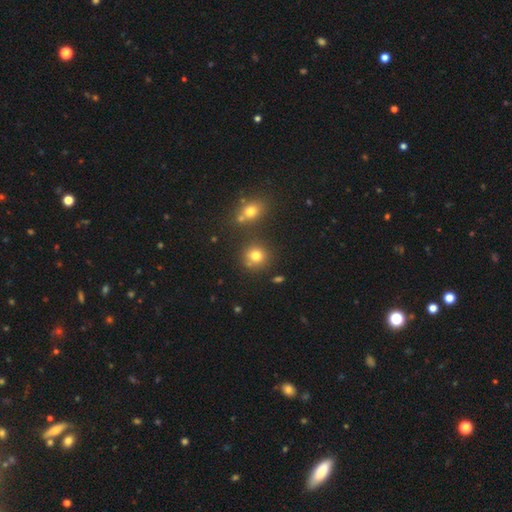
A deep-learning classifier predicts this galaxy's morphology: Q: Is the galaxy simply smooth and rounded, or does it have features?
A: smooth — 77%.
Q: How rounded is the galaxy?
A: round — 88%.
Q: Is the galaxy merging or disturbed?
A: none — 75%.